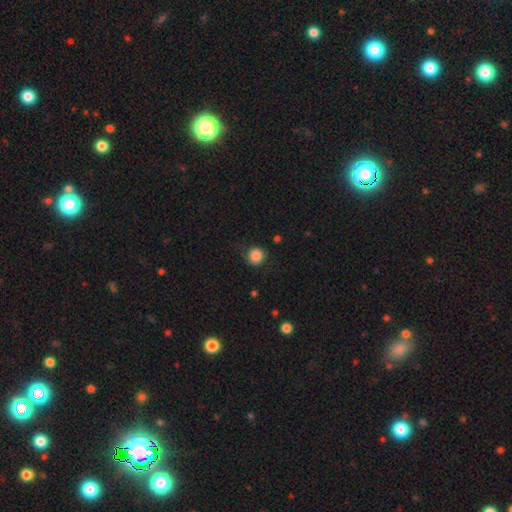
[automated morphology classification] Q: Smooth or featured?
A: smooth (84%); runner-up: star or artifact (9%)
Q: How rounded?
A: round (89%); runner-up: in between (10%)
Q: Merging?
A: none (72%); runner-up: minor disturbance (19%)